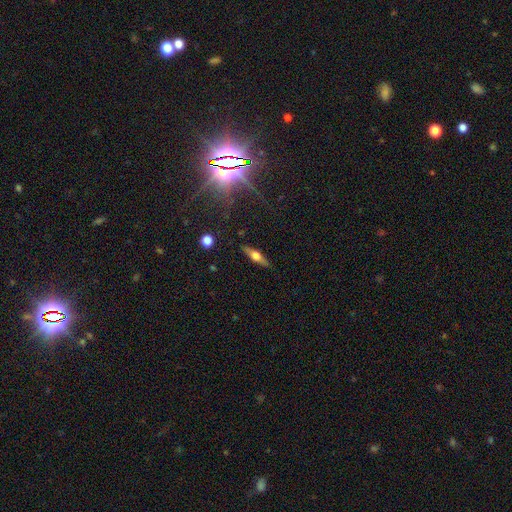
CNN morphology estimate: A featured or disk galaxy (63%) viewed edge-on (95%) with a rounded central bulge (93%). Merging: none (88%).